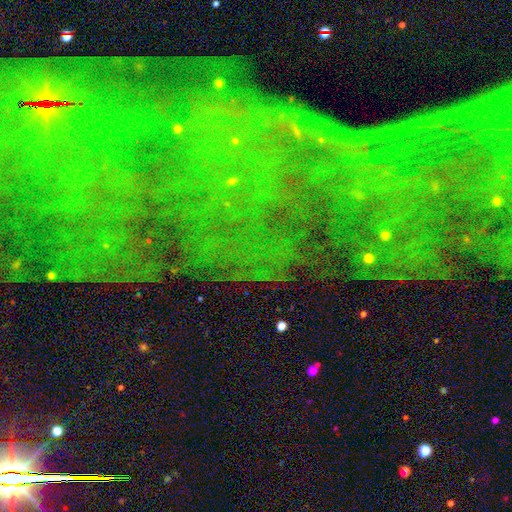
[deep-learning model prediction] smooth-or-featured: star or artifact: 78% | featured or disk: 13% | smooth: 9%